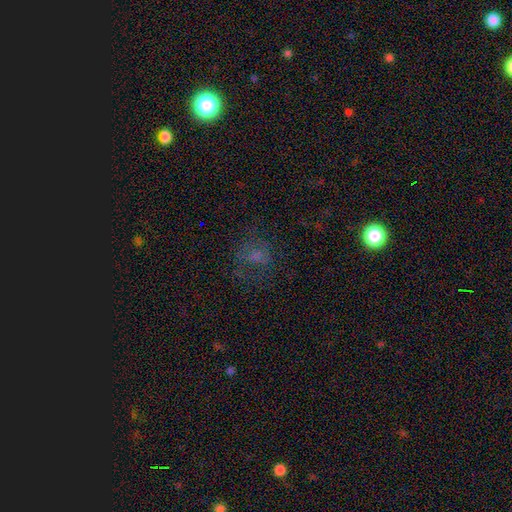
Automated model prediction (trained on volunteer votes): smooth_or_featured: smooth (p=0.45) [alt: star or artifact p=0.29]
merging: none (p=0.56) [alt: major disturbance p=0.24]